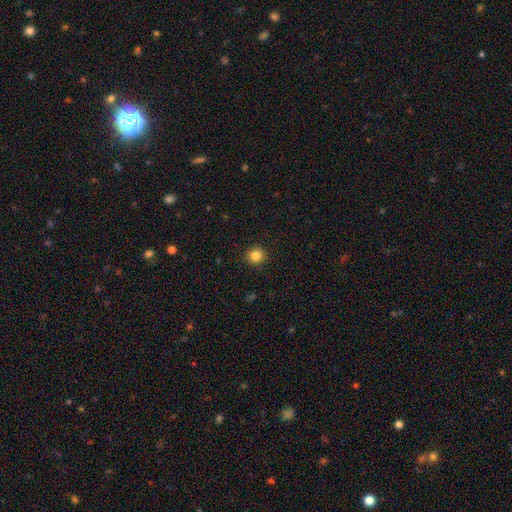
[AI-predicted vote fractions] Smooth or featured: smooth — 83% (star or artifact — 12%)
How rounded: round — 92% (in between — 7%)
Merging: none — 92% (minor disturbance — 6%)